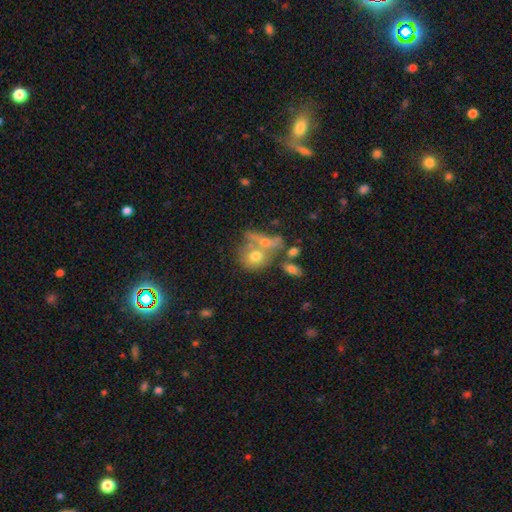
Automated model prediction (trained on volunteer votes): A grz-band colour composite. It shows a smooth galaxy with no disk features (62%) that is round (64%). Merging: merger (50%).